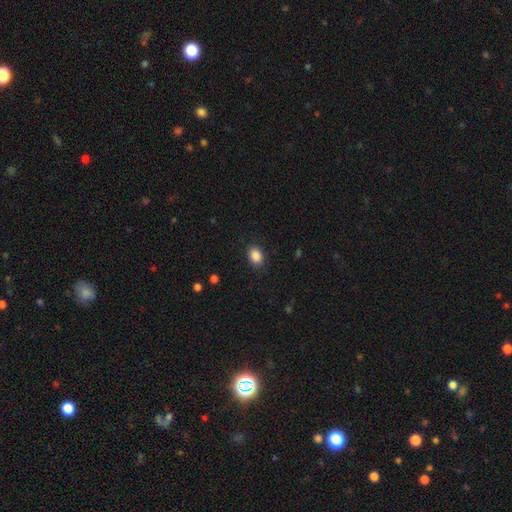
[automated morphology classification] smooth 88%, star or artifact 8%, featured or disk 3%. Down the decision tree: how rounded — in between (74%); merging — none (88%).